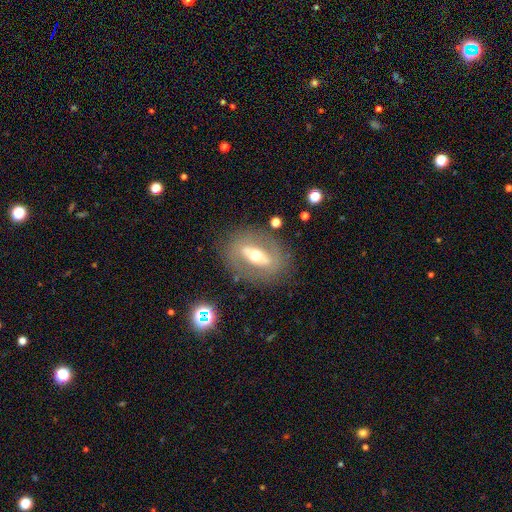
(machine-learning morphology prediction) Q: Smooth or featured?
A: featured or disk (63%); runner-up: smooth (29%)
Q: Edge-on disk?
A: no (76%); runner-up: yes (24%)
Q: Merging?
A: none (78%); runner-up: minor disturbance (12%)